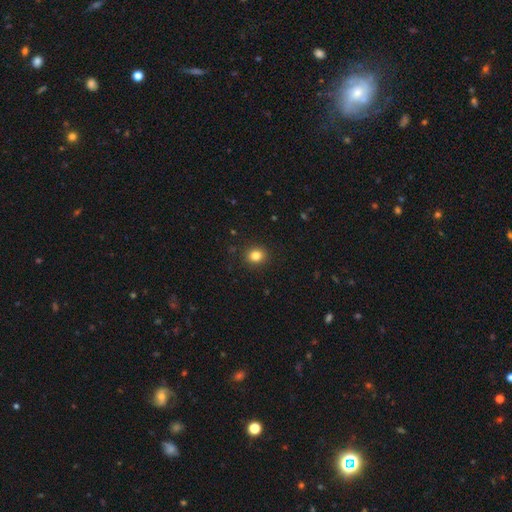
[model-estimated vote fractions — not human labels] smooth-or-featured: smooth: 83% | star or artifact: 11% | featured or disk: 6%
  how-rounded: round: 73% | in between: 26% | cigar-shaped: 1%
  merging: none: 91% | minor disturbance: 6% | major disturbance: 2% | merger: 1%